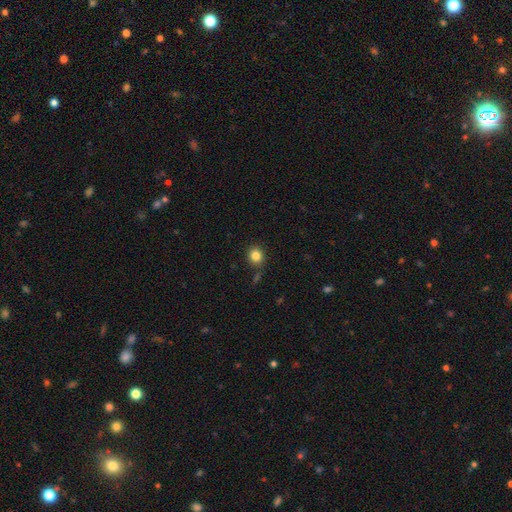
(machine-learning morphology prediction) Smooth or featured? Predicted: smooth (p=0.84). How rounded? Predicted: round (p=0.80). Merging? Predicted: none (p=0.83).